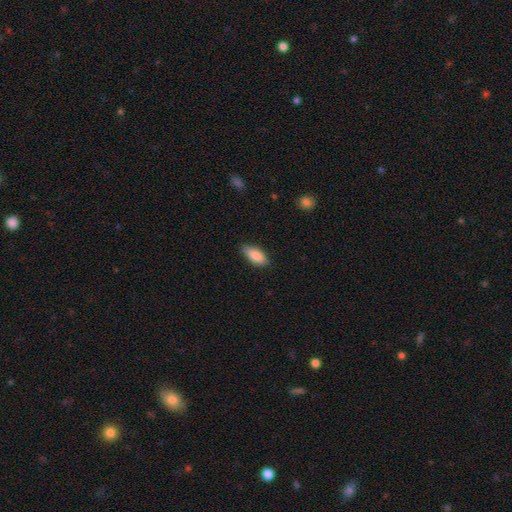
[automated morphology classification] Smooth or featured?
  - smooth: 85% *
  - featured or disk: 9%
  - star or artifact: 6%
How rounded?
  - in between: 85% *
  - cigar-shaped: 13%
  - round: 2%
Merging?
  - none: 81% *
  - minor disturbance: 15%
  - major disturbance: 2%
  - merger: 1%